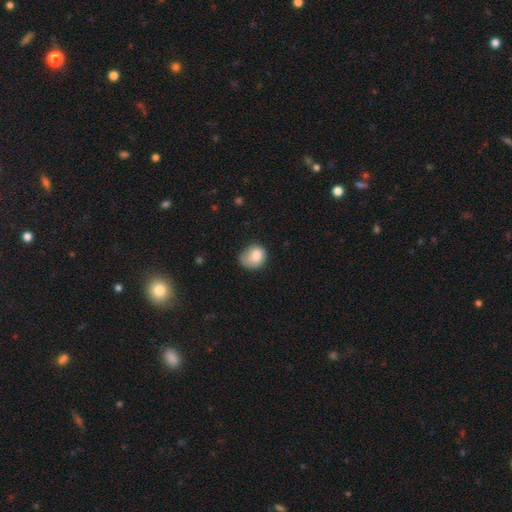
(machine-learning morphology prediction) Smooth or featured: smooth — 80% (featured or disk — 13%)
How rounded: round — 65% (in between — 34%)
Merging: none — 44% (minor disturbance — 36%)